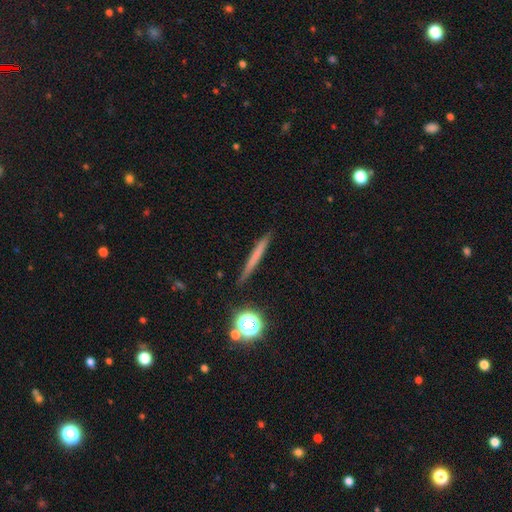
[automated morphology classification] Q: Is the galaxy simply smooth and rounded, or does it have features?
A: smooth — 56%.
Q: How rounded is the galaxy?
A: cigar-shaped — 94%.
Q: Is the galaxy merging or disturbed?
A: none — 90%.